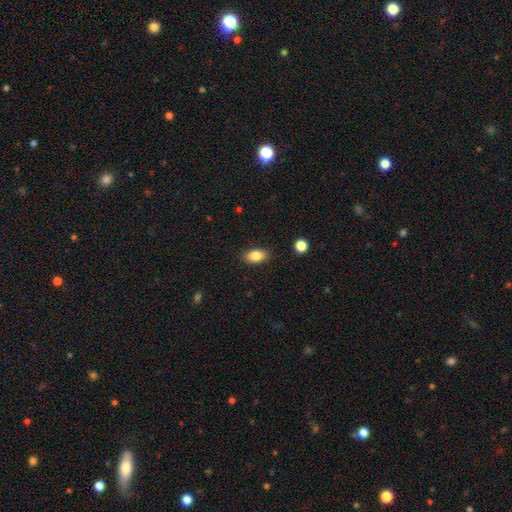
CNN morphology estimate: A smooth galaxy with no disk features (84%) that is in between round and cigar-shaped (89%).

Vote fractions:
- Smooth or featured? smooth: 84% / featured or disk: 8% / star or artifact: 8%
- How rounded? in between: 89% / round: 6% / cigar-shaped: 5%
- Merging? none: 87% / minor disturbance: 9% / major disturbance: 2% / merger: 1%